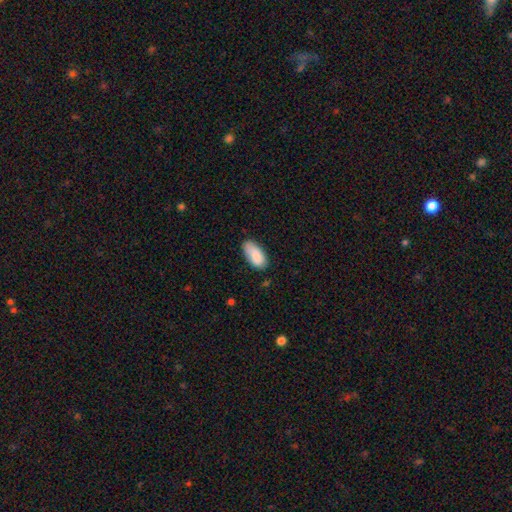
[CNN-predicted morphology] A smooth galaxy with no disk features (87%) that is in between round and cigar-shaped (92%). Merging: none (68%).